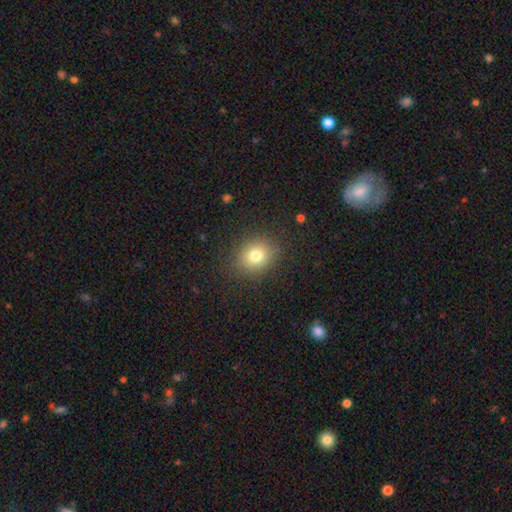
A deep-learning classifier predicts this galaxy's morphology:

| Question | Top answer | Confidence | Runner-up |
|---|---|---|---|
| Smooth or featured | smooth | 77% | star or artifact (13%) |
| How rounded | round | 71% | in between (28%) |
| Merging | none | 86% | minor disturbance (9%) |